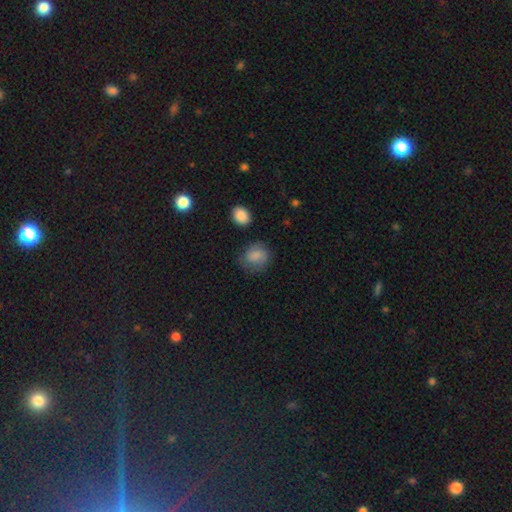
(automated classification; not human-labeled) A smooth galaxy with no disk features (79%) that is round (60%).

Vote fractions:
- Smooth or featured? smooth: 79% / featured or disk: 12% / star or artifact: 9%
- How rounded? round: 60% / in between: 39% / cigar-shaped: 1%
- Merging? none: 66% / minor disturbance: 23% / major disturbance: 8% / merger: 3%